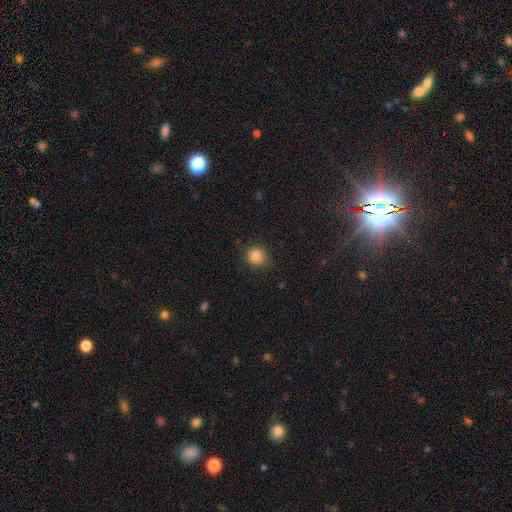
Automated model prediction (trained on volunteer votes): Q: Smooth or featured?
A: smooth (85%); runner-up: star or artifact (11%)
Q: How rounded?
A: round (89%); runner-up: in between (11%)
Q: Merging?
A: none (84%); runner-up: minor disturbance (12%)